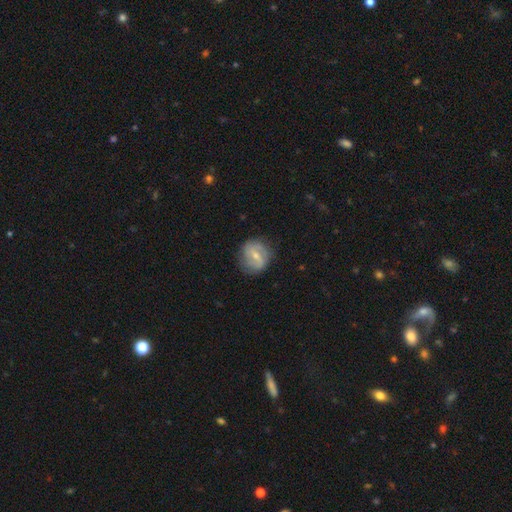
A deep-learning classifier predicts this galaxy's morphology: This appears to be a featured or disk galaxy (68%) with a weak bar (53%), 2 (71%) medium (43%) spiral arms (83%) and a small central bulge (55%). Merging: none (77%).